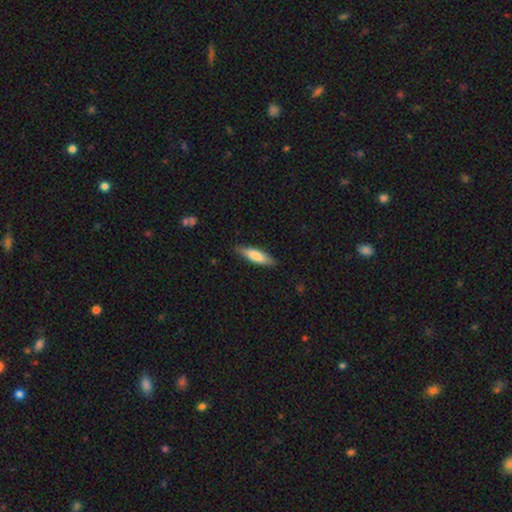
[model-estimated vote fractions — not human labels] Smooth or featured: smooth — 75% (featured or disk — 20%)
How rounded: cigar-shaped — 64% (in between — 34%)
Merging: none — 84% (minor disturbance — 13%)